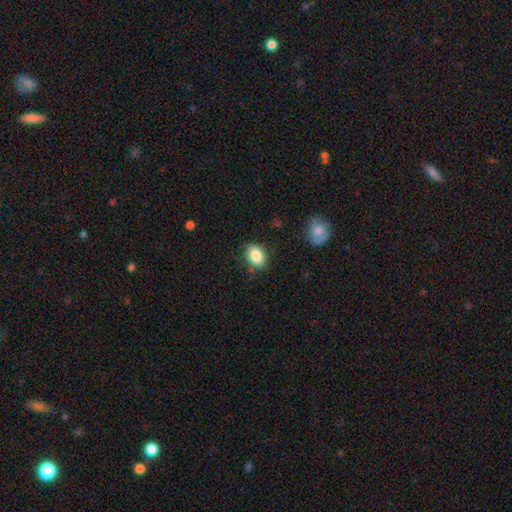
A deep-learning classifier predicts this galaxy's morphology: The model was most divided on "how rounded": in between: 80%, round: 19%, cigar-shaped: 1%. More confident: smooth or featured — smooth (84%); merging — none (82%).